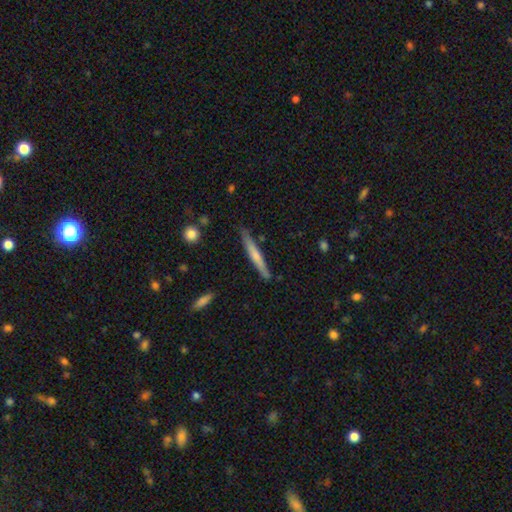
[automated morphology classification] type=smooth (55%); roundness=cigar-shaped (96%); merging=none (83%).